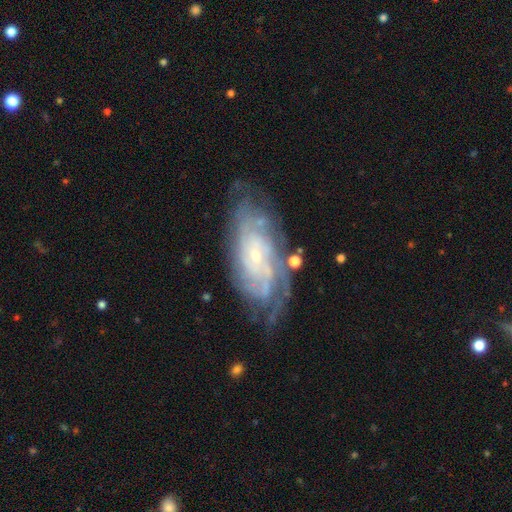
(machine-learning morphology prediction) smooth_or_featured: featured or disk (p=0.85) [alt: smooth p=0.09]
disk_edge_on: no (p=0.93) [alt: yes p=0.07]
bar: no (p=0.70) [alt: weak p=0.24]
has_spiral_arms: yes (p=0.95) [alt: no p=0.05]
spiral_winding: tight (p=0.72) [alt: medium p=0.23]
spiral_arm_count: can't tell (p=0.41) [alt: 4 p=0.18]
bulge_size: small (p=0.77) [alt: moderate p=0.17]
merging: none (p=0.69) [alt: minor disturbance p=0.20]